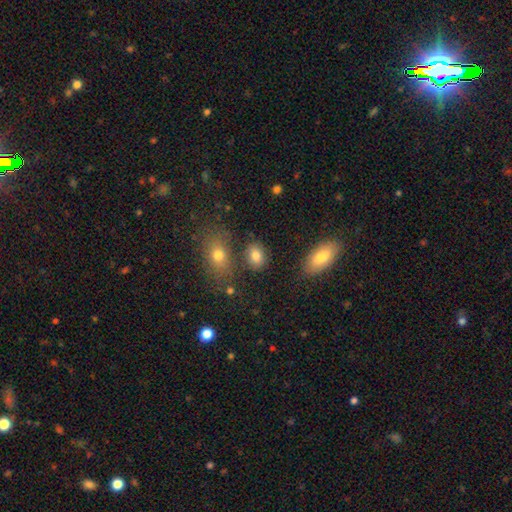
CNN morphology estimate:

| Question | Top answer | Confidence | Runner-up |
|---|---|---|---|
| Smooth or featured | smooth | 81% | star or artifact (10%) |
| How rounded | in between | 72% | round (26%) |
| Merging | none | 77% | minor disturbance (12%) |